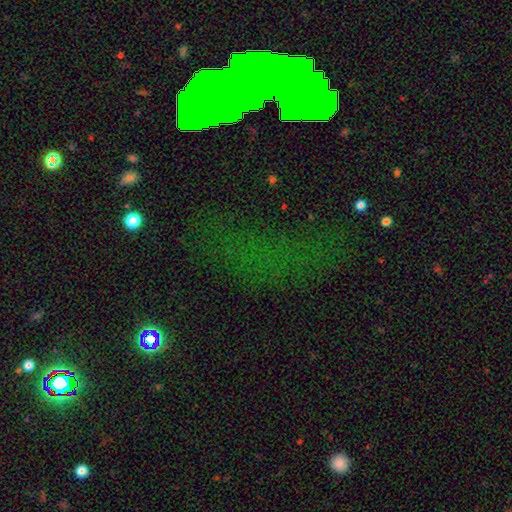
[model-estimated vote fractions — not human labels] Q: Smooth or featured?
A: star or artifact (48%); runner-up: featured or disk (29%)